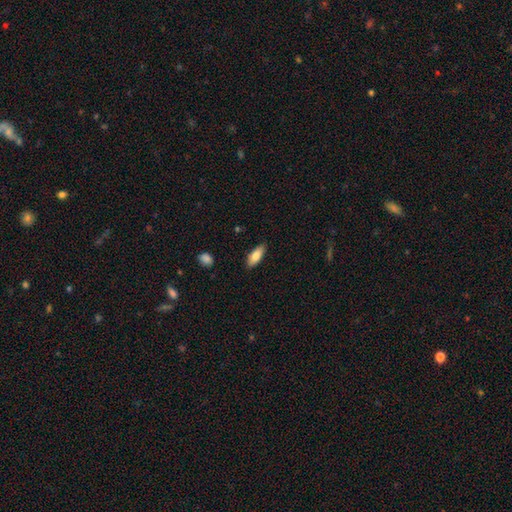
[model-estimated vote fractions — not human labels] Smooth or featured?
  - smooth: 80% *
  - featured or disk: 13%
  - star or artifact: 7%
How rounded?
  - in between: 78% *
  - cigar-shaped: 20%
  - round: 2%
Merging?
  - none: 86% *
  - minor disturbance: 11%
  - major disturbance: 2%
  - merger: 1%